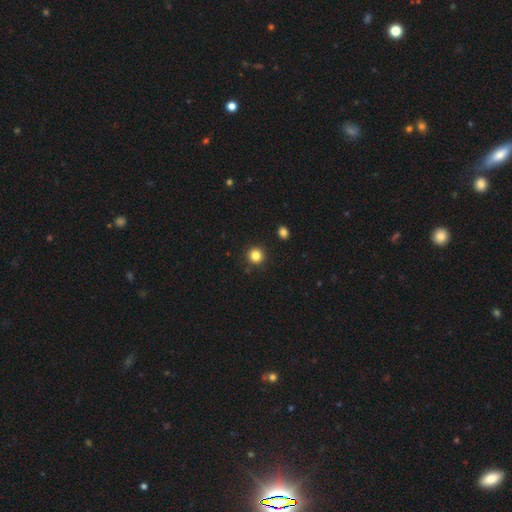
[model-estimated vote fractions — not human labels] A smooth galaxy with no disk features (84%) that is round (94%).

Vote fractions:
- Smooth or featured? smooth: 84% / star or artifact: 12% / featured or disk: 4%
- How rounded? round: 94% / in between: 5% / cigar-shaped: 1%
- Merging? none: 91% / minor disturbance: 5% / merger: 2% / major disturbance: 2%